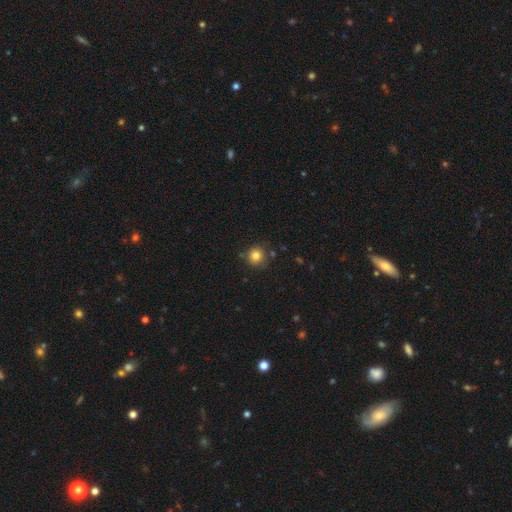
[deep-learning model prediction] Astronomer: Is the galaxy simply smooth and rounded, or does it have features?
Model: smooth — 82%.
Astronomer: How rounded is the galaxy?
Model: round — 92%.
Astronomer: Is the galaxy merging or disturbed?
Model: none — 80%.